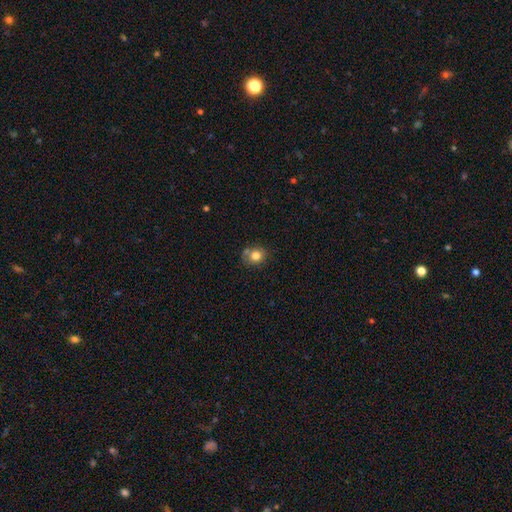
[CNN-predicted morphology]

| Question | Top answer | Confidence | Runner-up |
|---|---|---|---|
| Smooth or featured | smooth | 80% | star or artifact (11%) |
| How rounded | round | 70% | in between (29%) |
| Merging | none | 63% | minor disturbance (19%) |